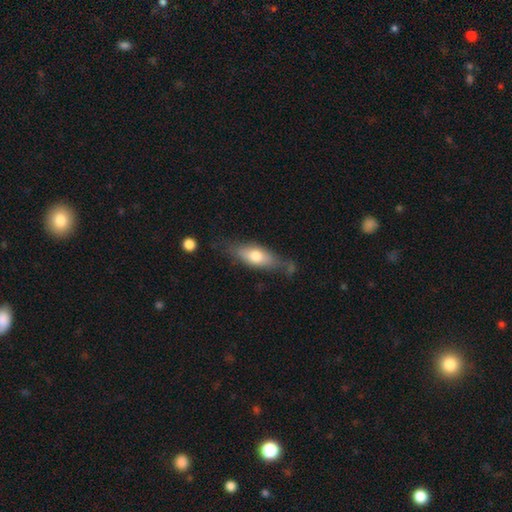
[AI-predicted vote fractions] The model was most divided on "merging": none: 60%, minor disturbance: 25%, major disturbance: 9%, merger: 5%. More confident: how rounded — in between (69%); smooth or featured — smooth (65%).